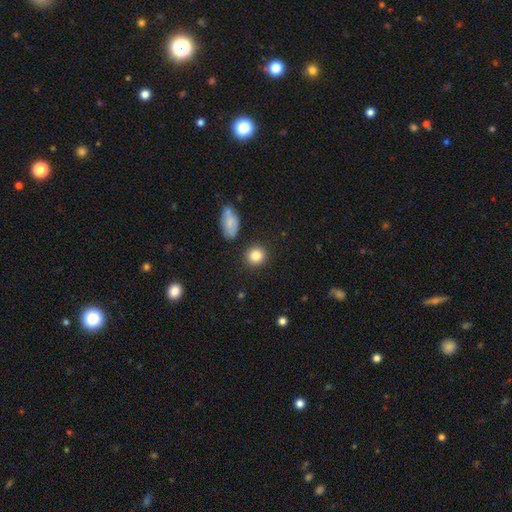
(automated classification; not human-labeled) Q: Smooth or featured?
A: smooth (84%); runner-up: star or artifact (10%)
Q: How rounded?
A: round (86%); runner-up: in between (12%)
Q: Merging?
A: none (87%); runner-up: minor disturbance (7%)